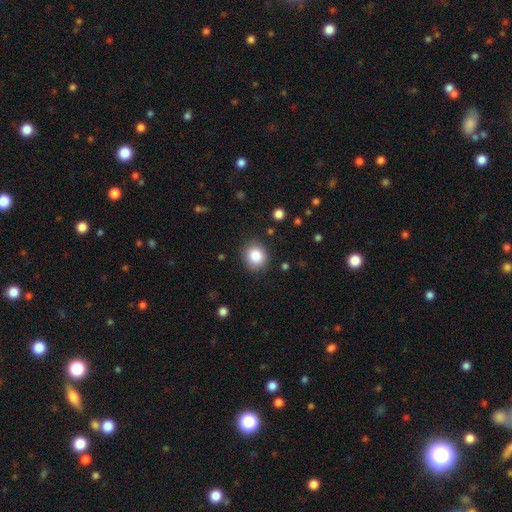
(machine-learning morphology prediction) This appears to be a smooth galaxy with no disk features (84%) that is round (83%). Merging: none (87%).